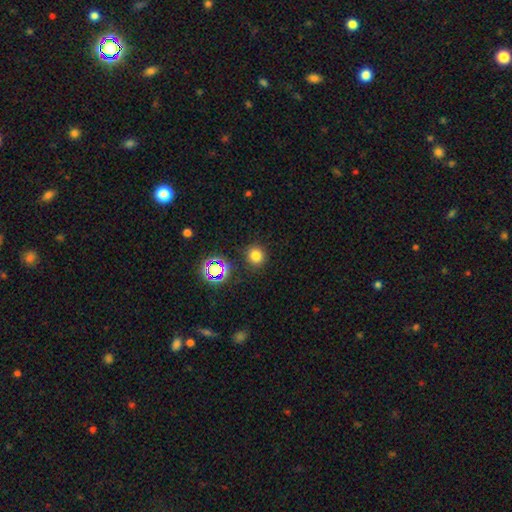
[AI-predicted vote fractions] Smooth or featured? smooth (74%)
How rounded? round (90%)
Merging? none (87%)